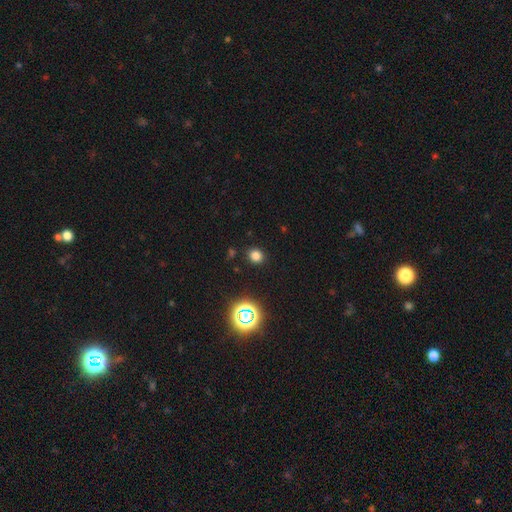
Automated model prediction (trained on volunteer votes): This is likely a smooth galaxy (75%). How rounded: likely round (78%). Merging: clearly none (89%).